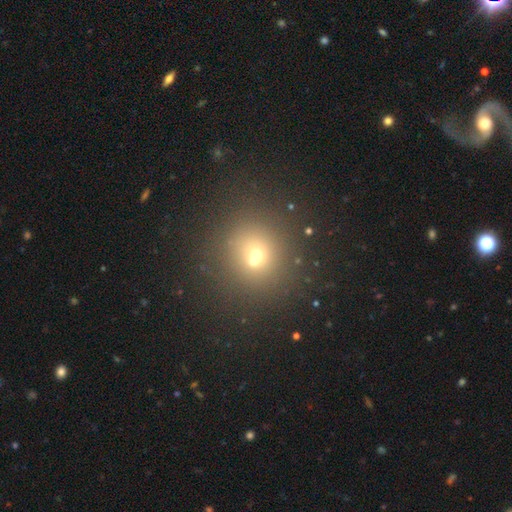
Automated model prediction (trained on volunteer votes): A smooth galaxy with no disk features (58%) that is round (88%). Merging: none (57%).